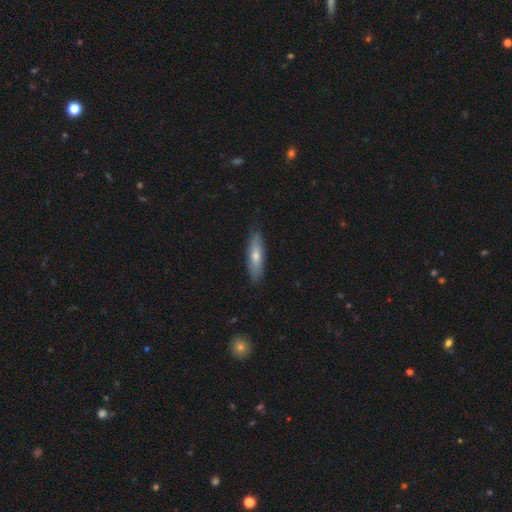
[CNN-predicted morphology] Q: Smooth or featured?
A: smooth (65%); runner-up: featured or disk (29%)
Q: How rounded?
A: cigar-shaped (66%); runner-up: in between (32%)
Q: Merging?
A: none (84%); runner-up: minor disturbance (12%)